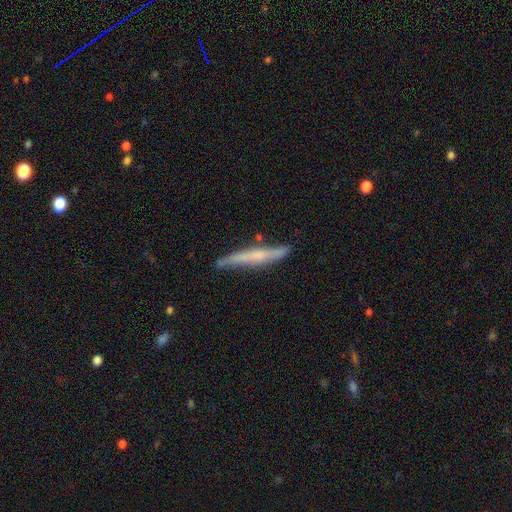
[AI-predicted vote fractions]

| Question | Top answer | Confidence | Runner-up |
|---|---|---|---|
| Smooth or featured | featured or disk | 54% | smooth (40%) |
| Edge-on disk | yes | 89% | no (11%) |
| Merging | none | 72% | minor disturbance (22%) |